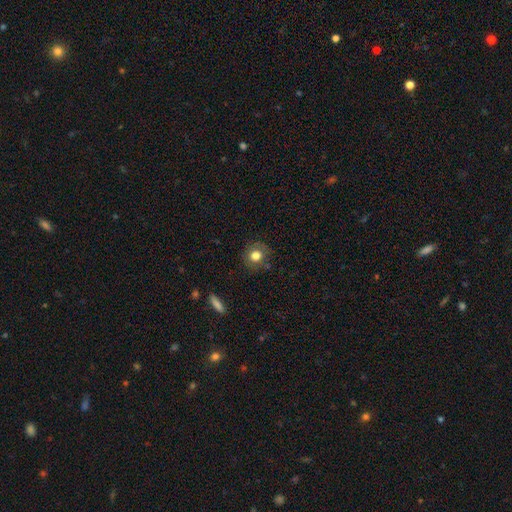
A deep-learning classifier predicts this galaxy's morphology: Smooth or featured: smooth — 76% (featured or disk — 14%)
How rounded: round — 85% (in between — 14%)
Merging: none — 81% (minor disturbance — 13%)